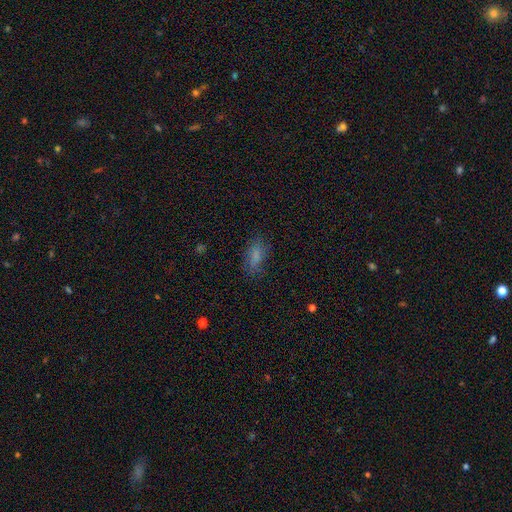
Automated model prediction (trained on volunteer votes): Q: Smooth or featured?
A: smooth (77%); runner-up: star or artifact (12%)
Q: How rounded?
A: in between (78%); runner-up: cigar-shaped (18%)
Q: Merging?
A: none (74%); runner-up: minor disturbance (17%)